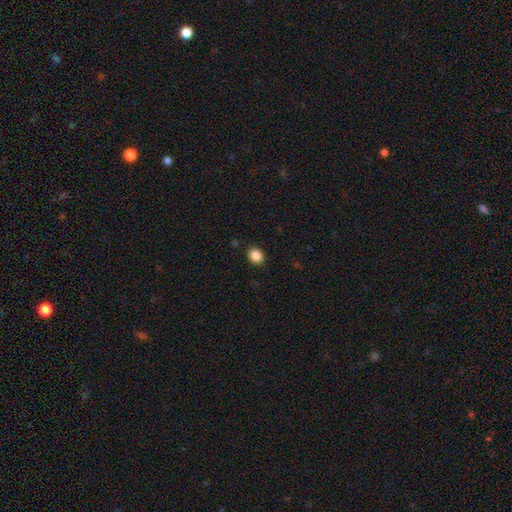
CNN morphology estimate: smooth-or-featured: smooth: 87% | star or artifact: 10% | featured or disk: 3%
  how-rounded: round: 64% | in between: 35% | cigar-shaped: 1%
  merging: none: 89% | minor disturbance: 7% | major disturbance: 2% | merger: 1%